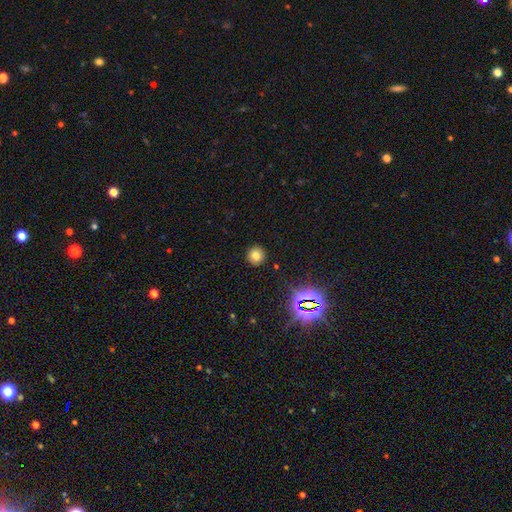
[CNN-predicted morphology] Smooth or featured: smooth — 74% (star or artifact — 18%)
How rounded: round — 93% (in between — 6%)
Merging: none — 91% (minor disturbance — 6%)